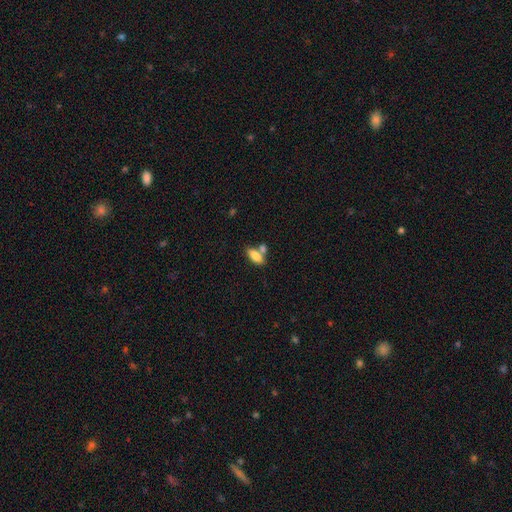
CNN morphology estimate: smooth-or-featured: smooth: 83% | featured or disk: 10% | star or artifact: 8%
  how-rounded: in between: 83% | cigar-shaped: 13% | round: 3%
  merging: none: 49% | merger: 36% | minor disturbance: 11% | major disturbance: 4%